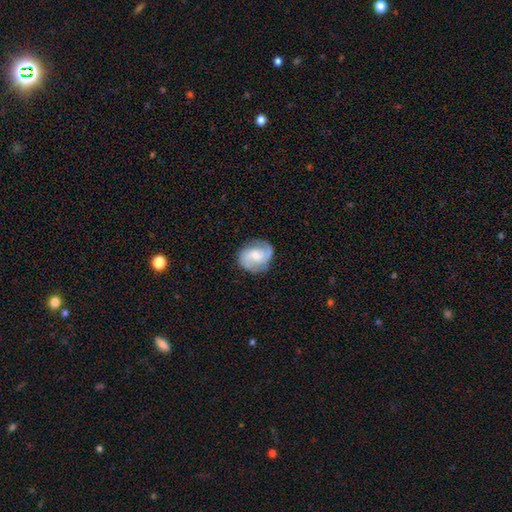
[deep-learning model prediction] The model was most divided on "bar": weak: 46%, no: 44%, strong: 10%. Remaining: edge-on disk — no (98%); spiral arms — yes (95%); spiral arm count — 2 (85%); merging — none (79%); smooth or featured — featured or disk (75%); spiral winding — medium (51%); bulge size — moderate (45%).